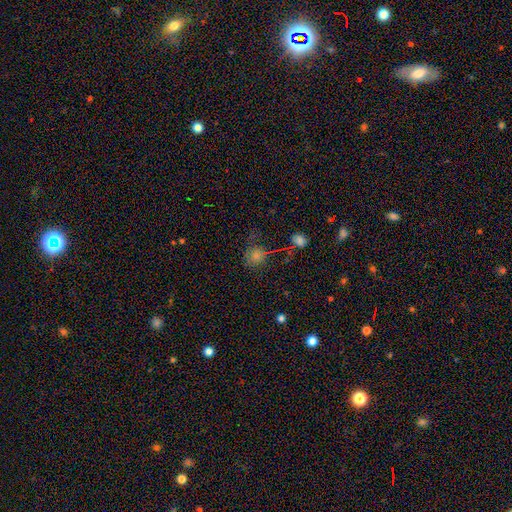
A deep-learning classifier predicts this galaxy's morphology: type=smooth (57%); roundness=round (78%); merging=none (56%).